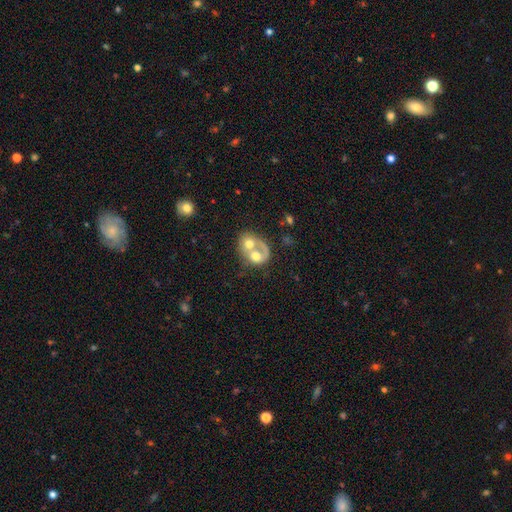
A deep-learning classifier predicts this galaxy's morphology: Smooth or featured?
  - featured or disk: 50% *
  - smooth: 43%
  - star or artifact: 8%
Merging?
  - merger: 73% *
  - none: 13%
  - major disturbance: 8%
  - minor disturbance: 6%